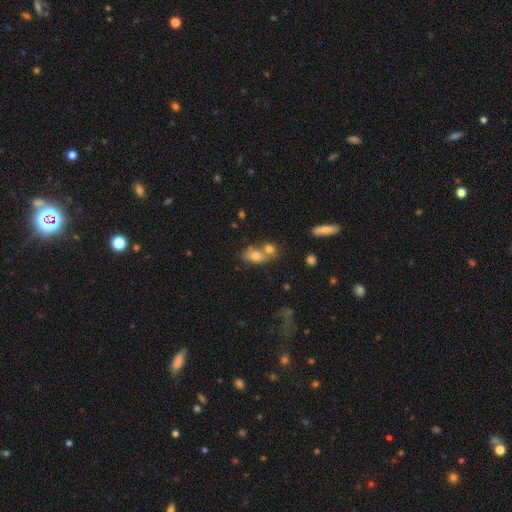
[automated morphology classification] The model was most divided on "merging": merger: 52%, none: 34%, minor disturbance: 10%, major disturbance: 4%. More confident: how rounded — in between (74%); smooth or featured — smooth (72%).